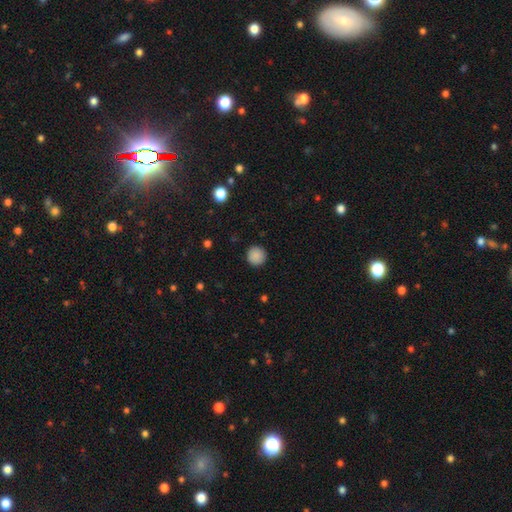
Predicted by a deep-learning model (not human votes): This appears to be a smooth galaxy with no disk features (88%) that is round (96%). Merging: none (92%).